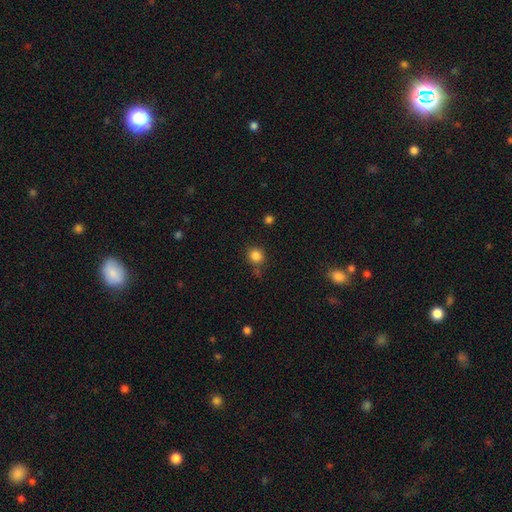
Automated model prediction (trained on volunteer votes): Smooth or featured? smooth (83%)
How rounded? round (89%)
Merging? none (77%)